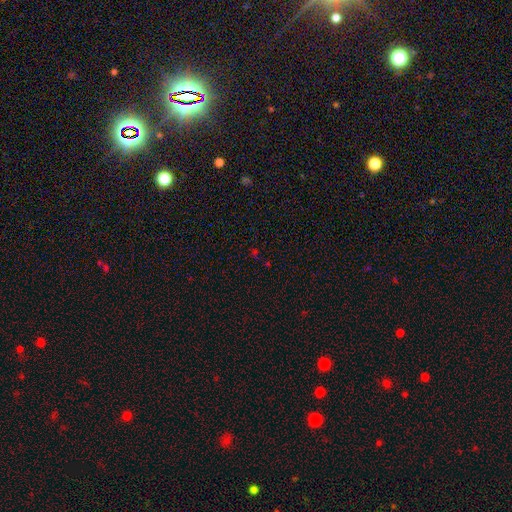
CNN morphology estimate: smooth-or-featured: star or artifact: 61% | smooth: 31% | featured or disk: 8%